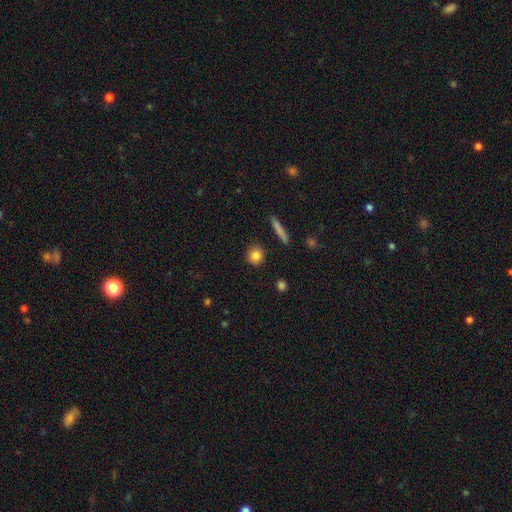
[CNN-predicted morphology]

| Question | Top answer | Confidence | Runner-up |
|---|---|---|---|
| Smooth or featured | smooth | 84% | star or artifact (9%) |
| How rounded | round | 86% | in between (11%) |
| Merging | none | 88% | minor disturbance (8%) |